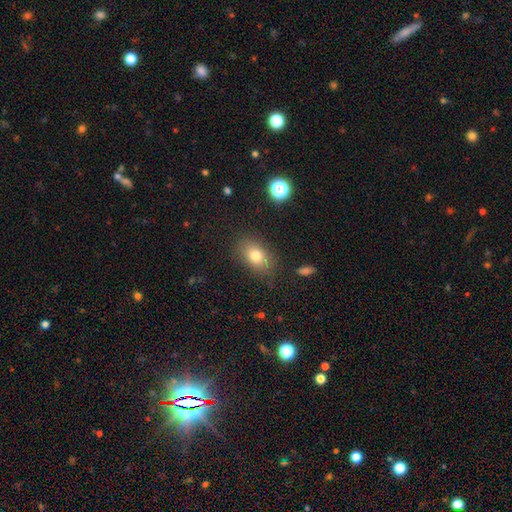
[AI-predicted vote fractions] The model was most divided on "how rounded": in between: 80%, round: 18%, cigar-shaped: 2%. More confident: merging — none (81%); smooth or featured — smooth (77%).